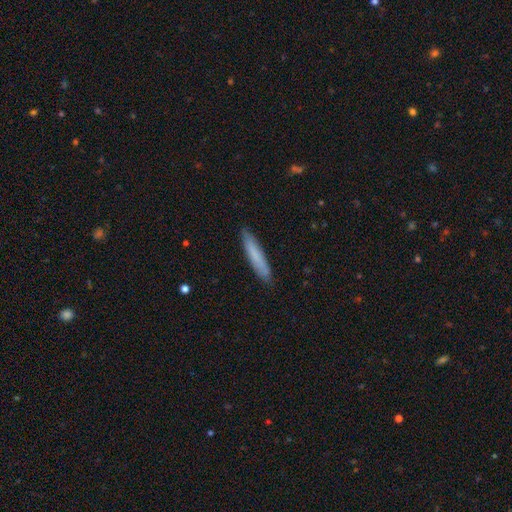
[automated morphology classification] Smooth or featured? Predicted: smooth (p=0.75). How rounded? Predicted: cigar-shaped (p=0.91). Merging? Predicted: none (p=0.88).